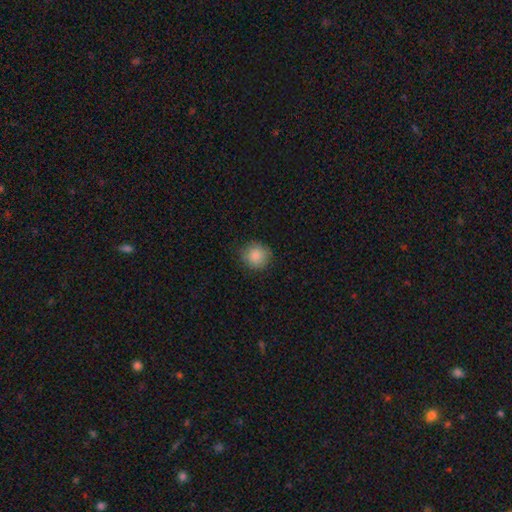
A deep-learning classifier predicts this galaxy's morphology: Smooth or featured?
  - smooth: 86% *
  - star or artifact: 9%
  - featured or disk: 5%
How rounded?
  - round: 91% *
  - in between: 8%
  - cigar-shaped: 1%
Merging?
  - none: 85% *
  - minor disturbance: 11%
  - major disturbance: 3%
  - merger: 1%